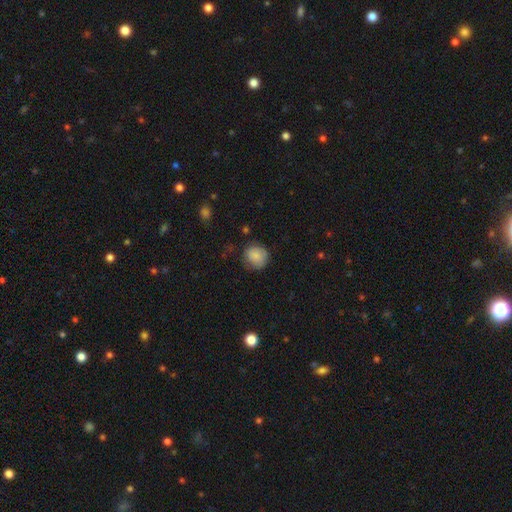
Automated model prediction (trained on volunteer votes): Smooth or featured? Predicted: smooth (p=0.85). How rounded? Predicted: round (p=0.84). Merging? Predicted: none (p=0.74).